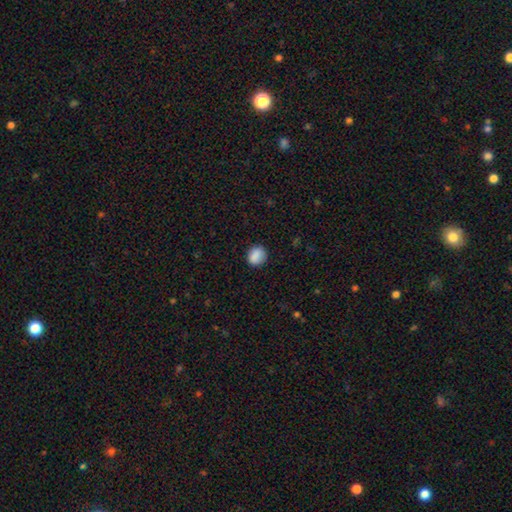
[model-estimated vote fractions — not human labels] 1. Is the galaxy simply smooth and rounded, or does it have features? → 87% smooth, 8% star or artifact, 4% featured or disk.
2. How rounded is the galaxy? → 68% round, 31% in between, 1% cigar-shaped.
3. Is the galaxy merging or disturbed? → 85% none, 11% minor disturbance, 3% major disturbance, 1% merger.